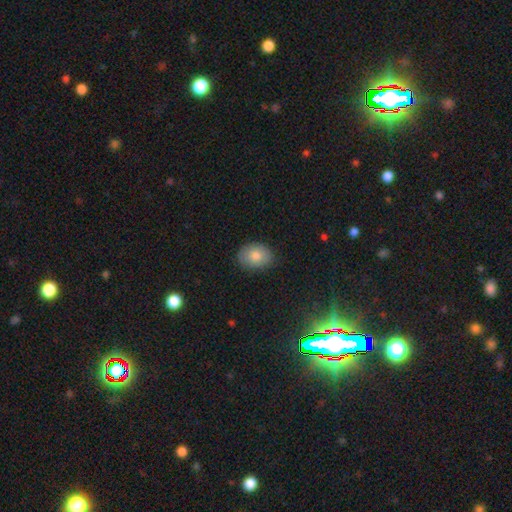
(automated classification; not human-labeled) A smooth galaxy with no disk features (79%) that is in between round and cigar-shaped (65%). Merging: none (83%).